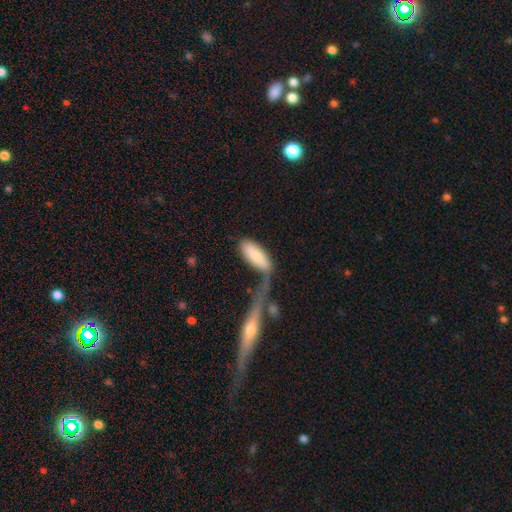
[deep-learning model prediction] smooth 79%, featured or disk 15%, star or artifact 6%. Down the decision tree: how rounded — in between (77%); merging — none (36%).